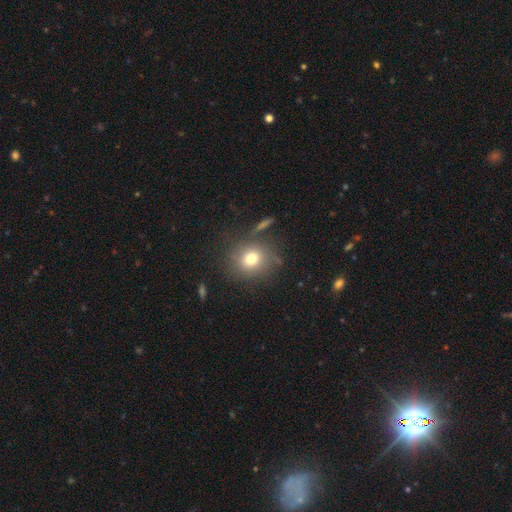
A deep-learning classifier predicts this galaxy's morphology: This appears to be a smooth galaxy with no disk features (59%) that is round (82%). Merging: none (79%).